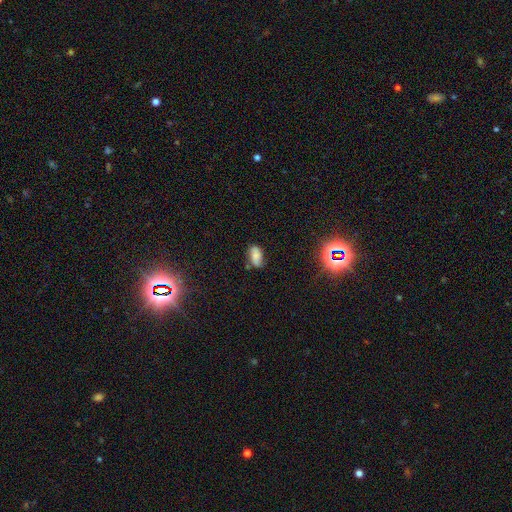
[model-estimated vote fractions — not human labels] Smooth or featured? Predicted: smooth (p=0.69). How rounded? Predicted: in between (p=0.91). Merging? Predicted: none (p=0.60).